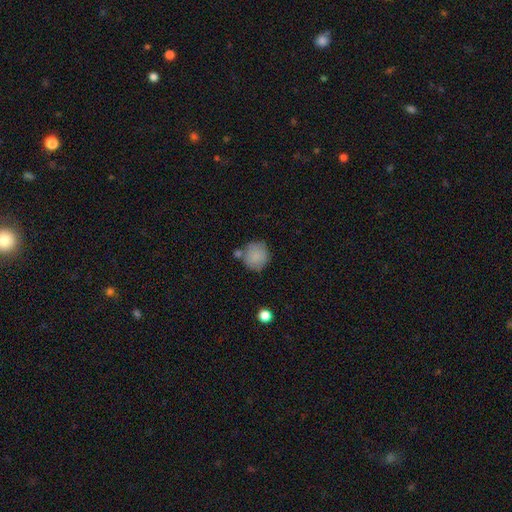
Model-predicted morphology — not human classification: smooth-or-featured: smooth: 85% | star or artifact: 8% | featured or disk: 7%
  how-rounded: round: 88% | in between: 11% | cigar-shaped: 1%
  merging: none: 62% | merger: 16% | minor disturbance: 16% | major disturbance: 5%